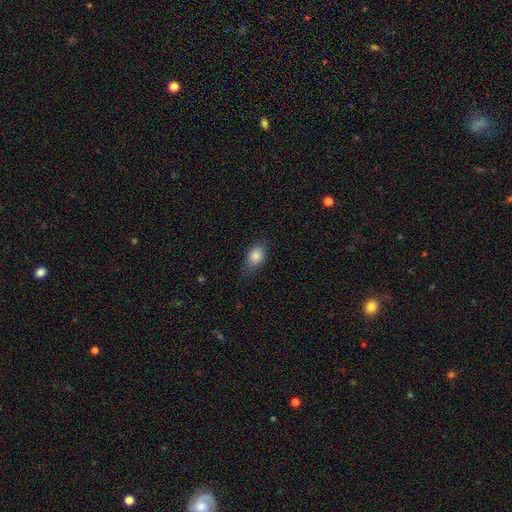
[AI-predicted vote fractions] Smooth or featured? smooth (83%)
How rounded? in between (71%)
Merging? none (69%)